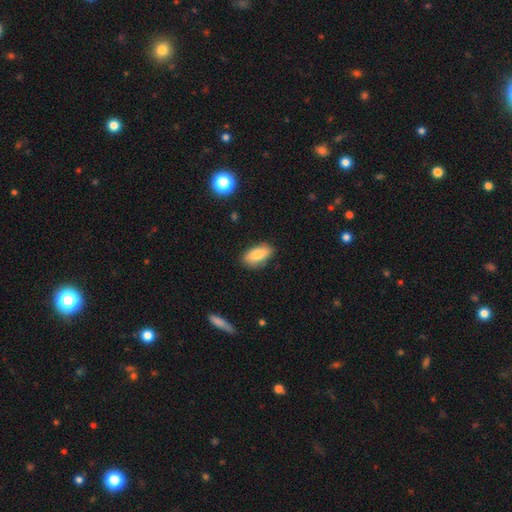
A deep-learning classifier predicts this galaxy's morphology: Smooth or featured: smooth — 82% (featured or disk — 11%)
How rounded: in between — 89% (cigar-shaped — 7%)
Merging: none — 83% (minor disturbance — 13%)